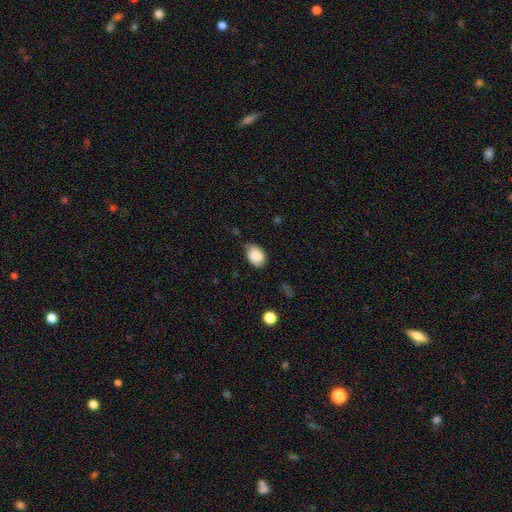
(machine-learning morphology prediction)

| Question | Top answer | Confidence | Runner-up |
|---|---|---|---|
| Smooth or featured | smooth | 83% | featured or disk (9%) |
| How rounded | in between | 80% | round (19%) |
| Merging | none | 60% | minor disturbance (32%) |